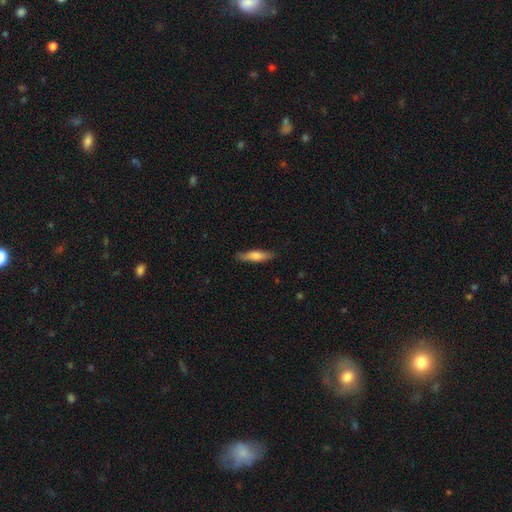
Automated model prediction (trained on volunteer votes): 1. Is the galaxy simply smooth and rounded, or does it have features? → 65% smooth, 29% featured or disk, 6% star or artifact.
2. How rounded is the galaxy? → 74% cigar-shaped, 24% in between, 2% round.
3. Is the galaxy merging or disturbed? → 85% none, 12% minor disturbance, 2% major disturbance, 1% merger.